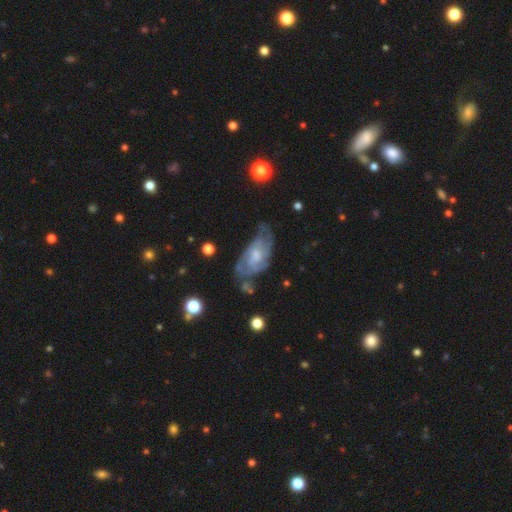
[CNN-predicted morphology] featured or disk 77%, smooth 17%, star or artifact 6%. Down the decision tree: edge-on disk — no (94%); bar — no (64%); spiral arms — yes (90%); spiral arm count — can't tell (37%); spiral winding — tight (46%); bulge size — moderate (49%); merging — none (50%).